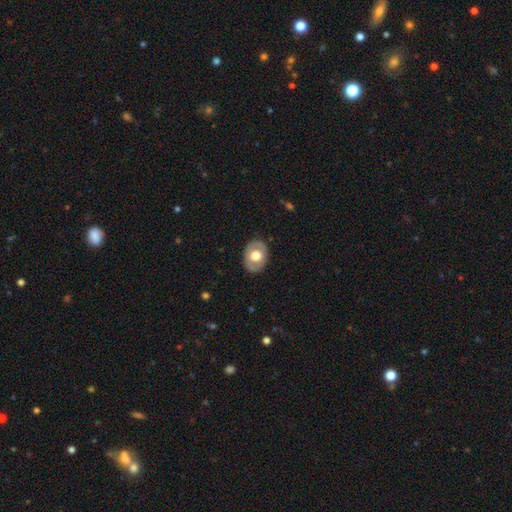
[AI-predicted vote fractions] Smooth or featured? Predicted: smooth (p=0.53). How rounded? Predicted: in between (p=0.64). Merging? Predicted: none (p=0.83).